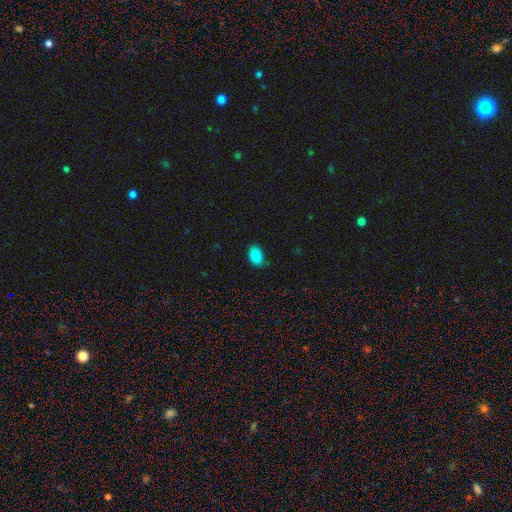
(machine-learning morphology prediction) Overall: smooth (89%). How rounded: in between (89%). Merging: none (80%).